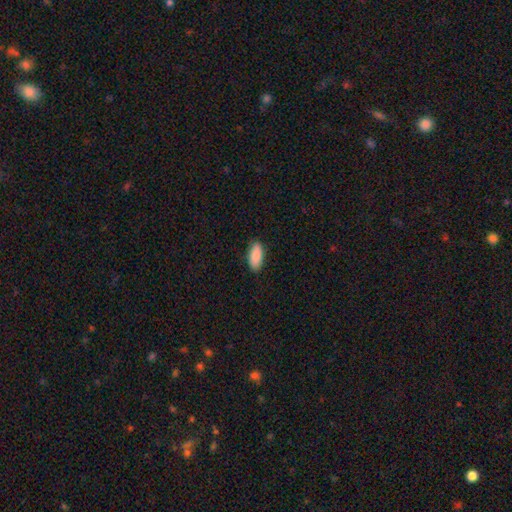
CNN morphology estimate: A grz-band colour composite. It shows a smooth galaxy with no disk features (90%) that is in between round and cigar-shaped (88%). Merging: none (87%).